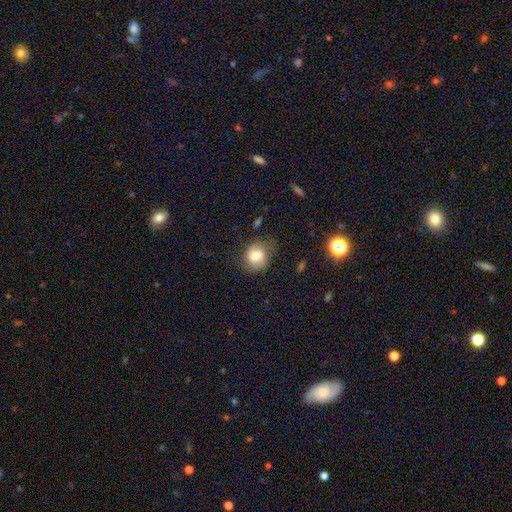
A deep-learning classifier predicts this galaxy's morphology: smooth 57%, featured or disk 33%, star or artifact 9%. Down the decision tree: how rounded — round (54%); merging — none (64%).